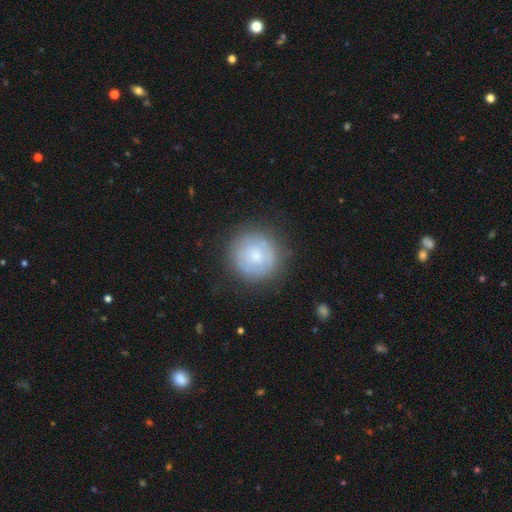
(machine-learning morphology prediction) smooth_or_featured: smooth (p=0.59) [alt: featured or disk p=0.33]
how_rounded: round (p=0.95) [alt: in between p=0.04]
merging: none (p=0.80) [alt: minor disturbance p=0.13]